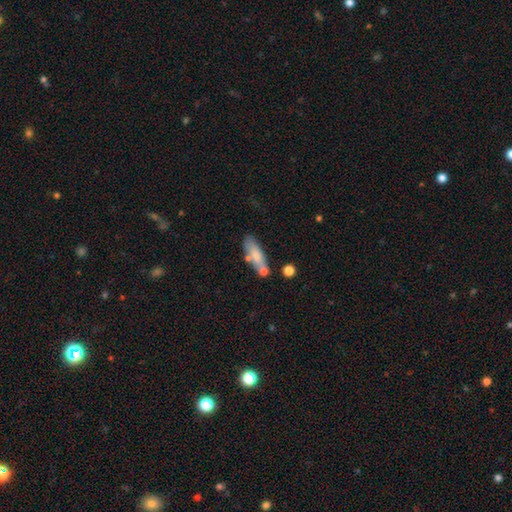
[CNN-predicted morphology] type=smooth (74%); roundness=cigar-shaped (52%); merging=none (62%).